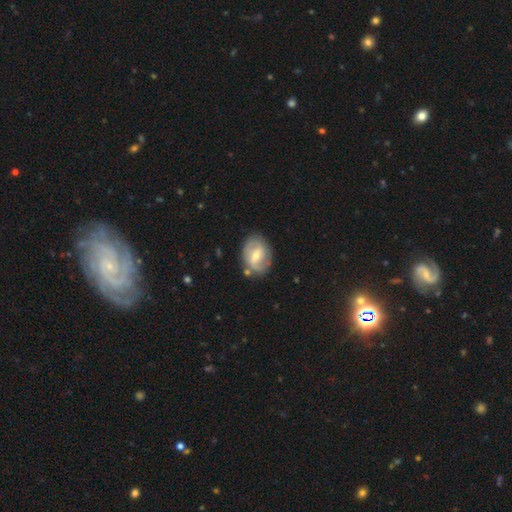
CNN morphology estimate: smooth-or-featured: featured or disk: 68% | smooth: 26% | star or artifact: 5%
  disk-edge-on: no: 96% | yes: 4%
    bar: weak: 52% | strong: 30% | no: 18%
    has-spiral-arms: yes: 78% | no: 22%
      spiral-winding: medium: 42% | tight: 33% | loose: 25%
      spiral-arm-count: 2: 73% | can't tell: 16% | 1: 5% | 3: 4% | 4: 1% | more than 4: 1%
    bulge-size: moderate: 49% | small: 47% | large: 2% | none: 1% | dominant: 1%
  merging: none: 74% | minor disturbance: 17% | major disturbance: 5% | merger: 4%